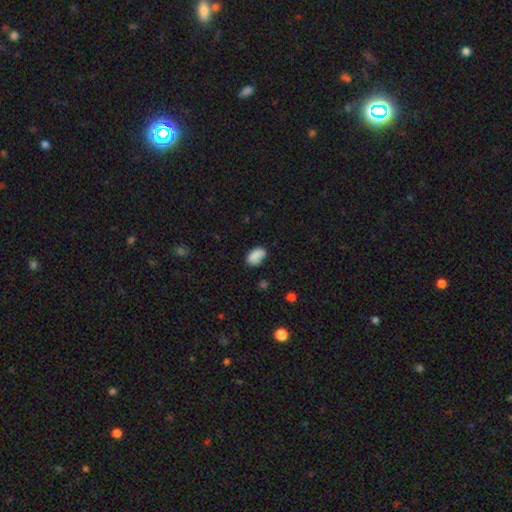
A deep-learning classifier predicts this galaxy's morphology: Smooth or featured? Predicted: smooth (p=0.85). How rounded? Predicted: in between (p=0.90). Merging? Predicted: none (p=0.69).